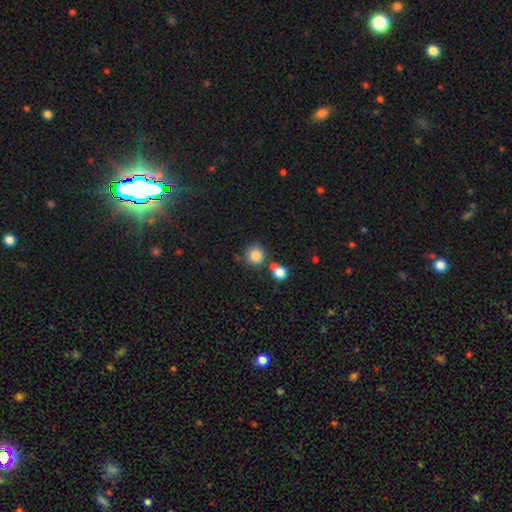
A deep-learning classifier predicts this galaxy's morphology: This is clearly a smooth galaxy (83%). How rounded: clearly round (90%). Merging: likely none (67%).